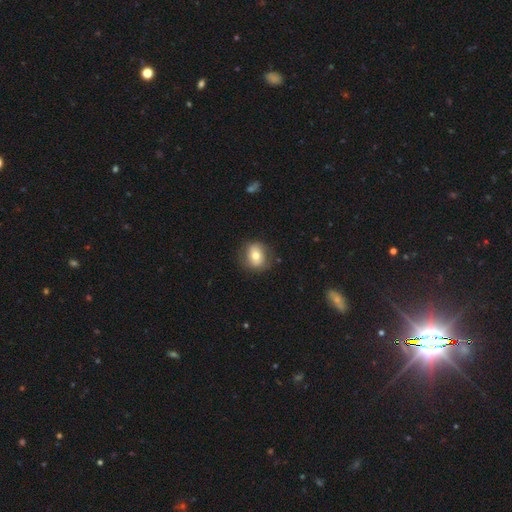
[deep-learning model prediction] smooth 66%, featured or disk 26%, star or artifact 8%. Down the decision tree: how rounded — round (65%); merging — none (78%).